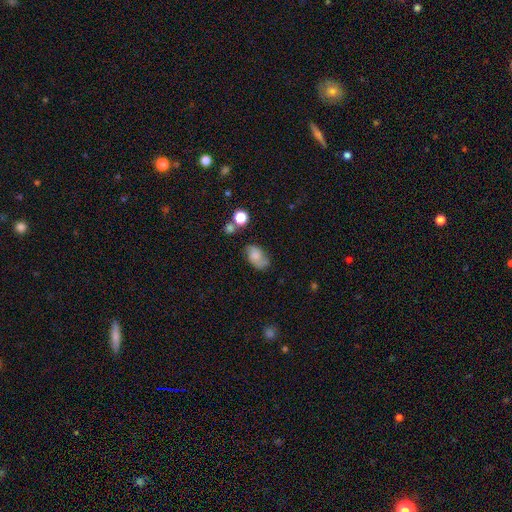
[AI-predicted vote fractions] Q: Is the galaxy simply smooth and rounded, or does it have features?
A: featured or disk — 52%.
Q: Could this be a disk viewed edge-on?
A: no — 96%.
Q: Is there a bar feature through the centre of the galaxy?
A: no — 65%.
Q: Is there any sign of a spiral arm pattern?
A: yes — 88%.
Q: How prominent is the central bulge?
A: none — 32%.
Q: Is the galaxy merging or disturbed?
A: none — 66%.